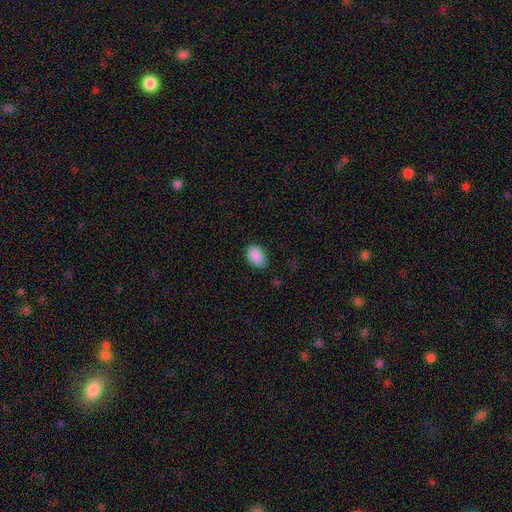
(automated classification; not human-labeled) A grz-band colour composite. It shows a smooth galaxy with no disk features (89%) that is in between round and cigar-shaped (84%). Merging: none (76%).